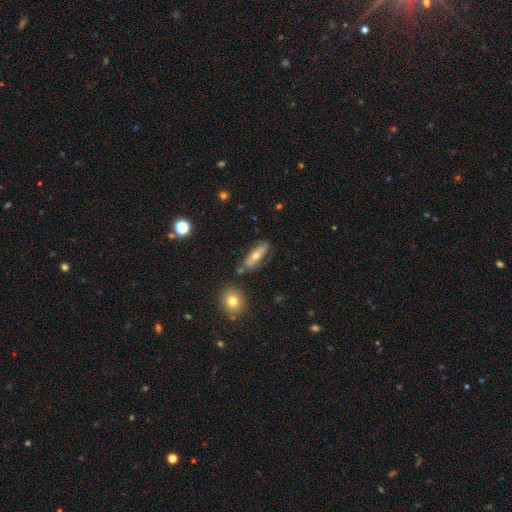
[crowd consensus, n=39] Smooth or featured? 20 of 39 (51%) said featured or disk. Edge-on disk? 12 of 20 (60%) said no. Bar? 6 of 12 (50%) said strong. Spiral arms? 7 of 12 (58%) said yes. Spiral winding? 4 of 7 (57%) said medium. Spiral arm count? 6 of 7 (86%) said 2. Bulge size? 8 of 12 (67%) said moderate. Merging? 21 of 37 (57%) said none.